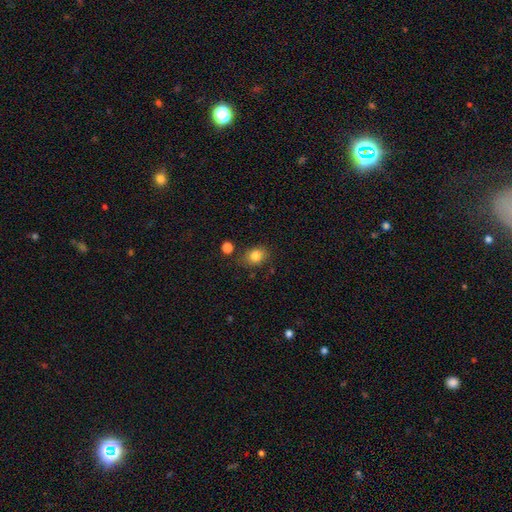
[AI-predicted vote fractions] A smooth galaxy with no disk features (83%) that is in between round and cigar-shaped (53%). Merging: none (75%).